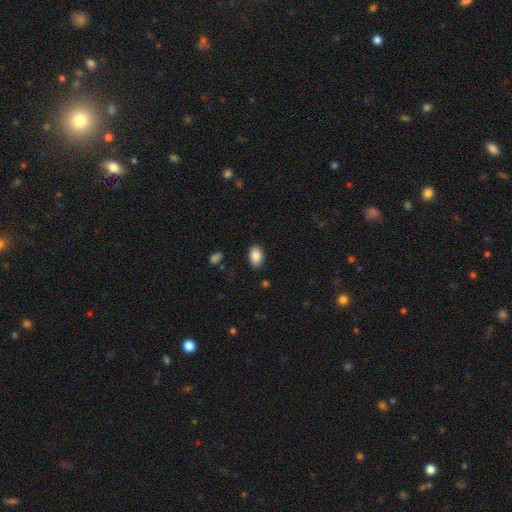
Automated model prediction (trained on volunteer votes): smooth_or_featured: smooth (p=0.88) [alt: star or artifact p=0.07]
how_rounded: in between (p=0.89) [alt: round p=0.10]
merging: none (p=0.86) [alt: minor disturbance p=0.10]